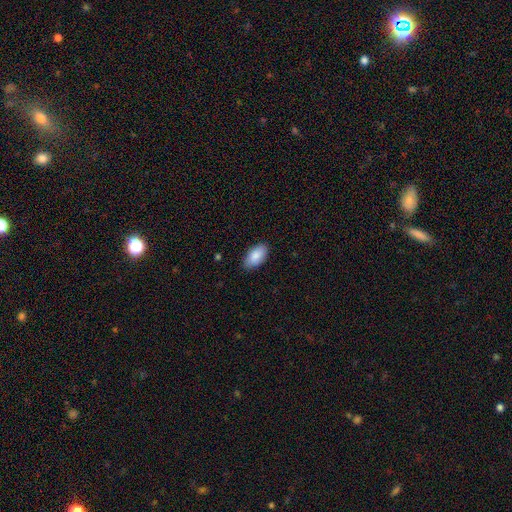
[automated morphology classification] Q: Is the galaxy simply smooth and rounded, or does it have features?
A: smooth — 88%.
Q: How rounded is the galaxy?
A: in between — 95%.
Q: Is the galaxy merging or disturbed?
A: none — 87%.